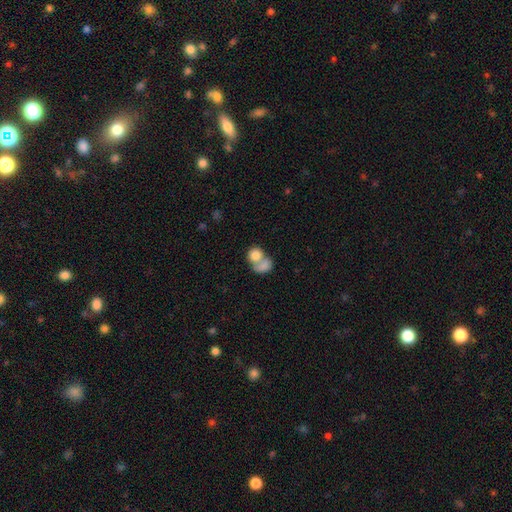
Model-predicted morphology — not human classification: This is likely a smooth galaxy (79%). How rounded: likely round (65%). Merging: likely merger (65%).